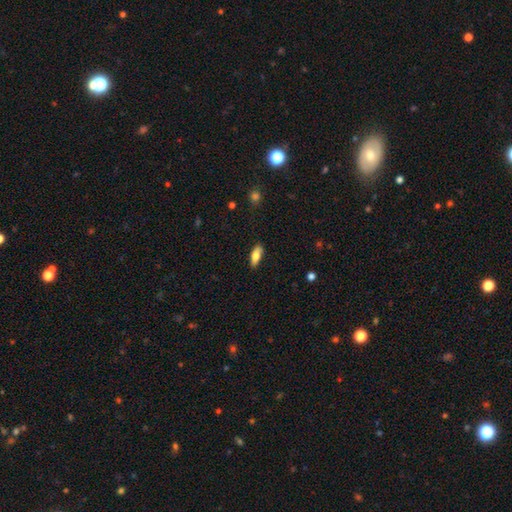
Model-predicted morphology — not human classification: Smooth or featured?
  - smooth: 74% *
  - featured or disk: 20%
  - star or artifact: 6%
How rounded?
  - in between: 69% *
  - cigar-shaped: 29%
  - round: 2%
Merging?
  - none: 84% *
  - minor disturbance: 12%
  - major disturbance: 2%
  - merger: 1%